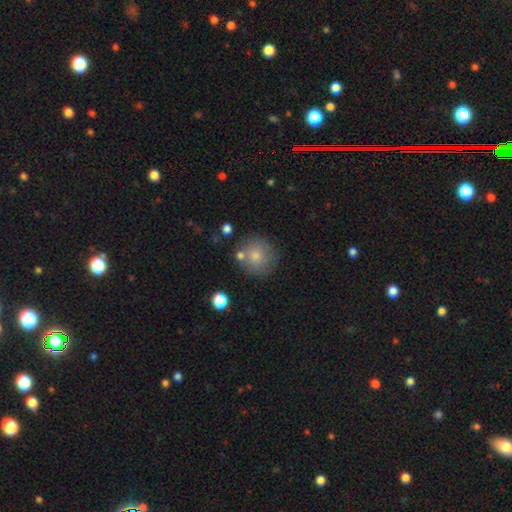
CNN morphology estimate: Smooth or featured? smooth (78%)
How rounded? round (93%)
Merging? none (75%)